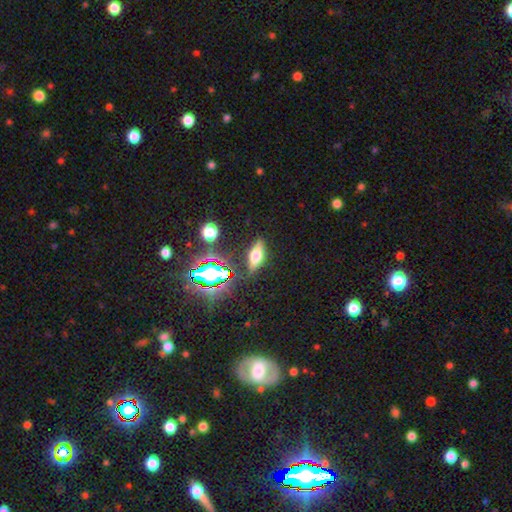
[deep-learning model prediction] Smooth or featured? Predicted: featured or disk (p=0.42). Merging? Predicted: none (p=0.83).